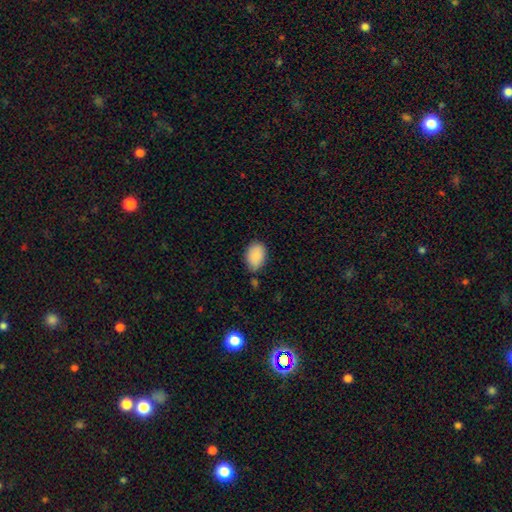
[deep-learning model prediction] smooth-or-featured: smooth: 87% | star or artifact: 7% | featured or disk: 6%
  how-rounded: in between: 86% | round: 13% | cigar-shaped: 1%
  merging: none: 68% | minor disturbance: 23% | merger: 5% | major disturbance: 4%